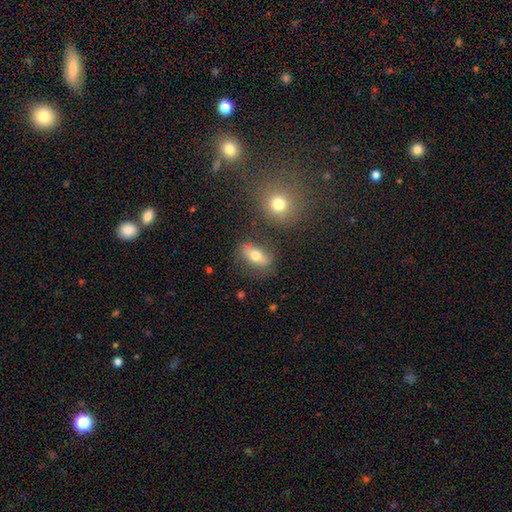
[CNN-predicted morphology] type=smooth (65%); roundness=in between (77%); merging=none (74%).